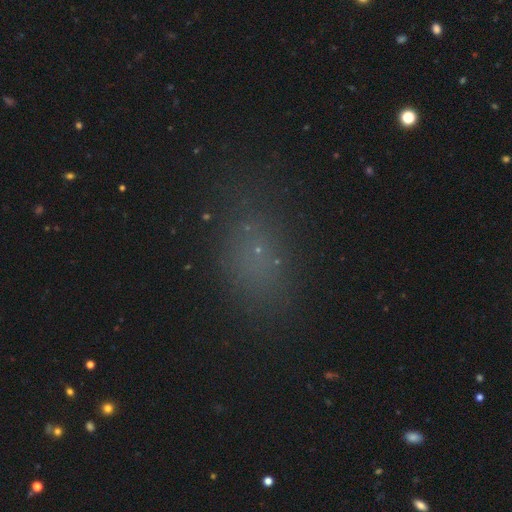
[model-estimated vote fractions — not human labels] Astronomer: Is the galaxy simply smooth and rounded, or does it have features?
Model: smooth — 58%.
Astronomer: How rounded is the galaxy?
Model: in between — 75%.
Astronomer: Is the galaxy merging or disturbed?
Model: none — 75%.